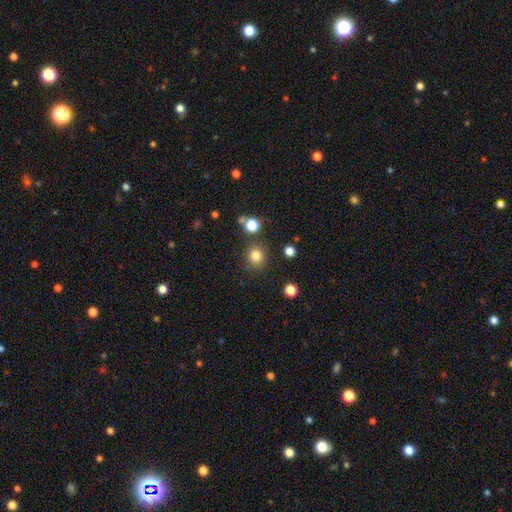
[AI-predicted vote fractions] smooth_or_featured: smooth (p=0.81) [alt: star or artifact p=0.13]
how_rounded: round (p=0.88) [alt: in between p=0.11]
merging: none (p=0.83) [alt: minor disturbance p=0.09]